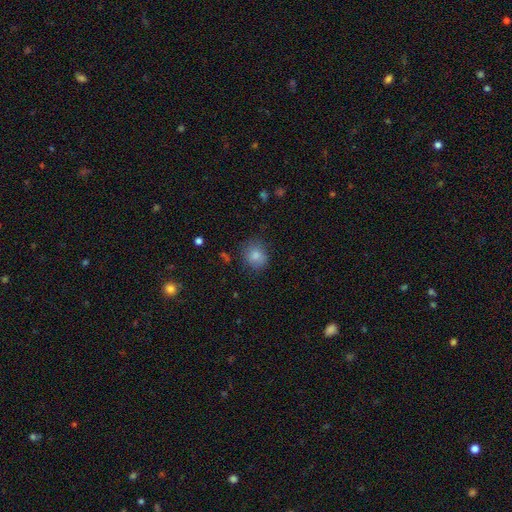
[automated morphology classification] This appears to be a smooth galaxy with no disk features (83%) that is round (73%). Merging: none (75%).